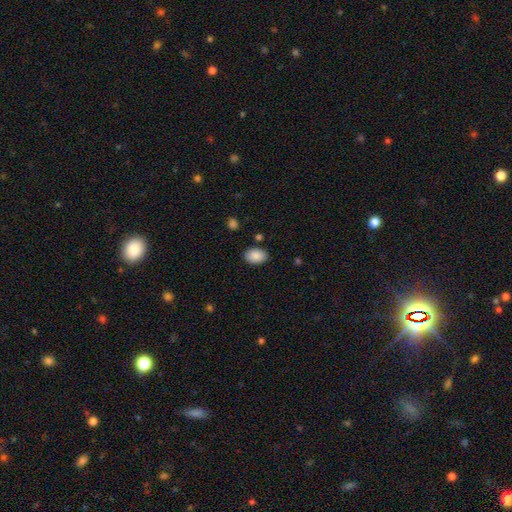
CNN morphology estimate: smooth 89%, star or artifact 7%, featured or disk 4%. Down the decision tree: how rounded — in between (79%); merging — none (86%).